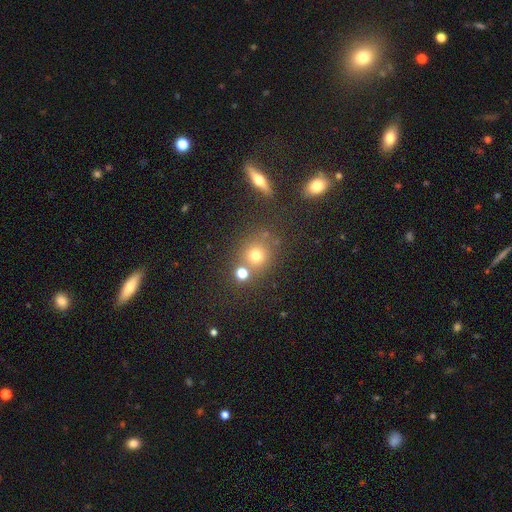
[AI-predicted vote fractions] Smooth or featured? Predicted: smooth (p=0.70). How rounded? Predicted: round (p=0.87). Merging? Predicted: none (p=0.68).